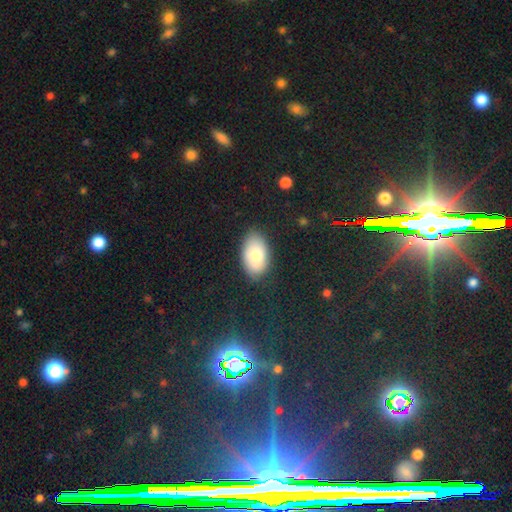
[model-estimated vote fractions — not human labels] Smooth or featured: smooth — 77% (featured or disk — 15%)
How rounded: in between — 93% (round — 5%)
Merging: none — 81% (minor disturbance — 15%)